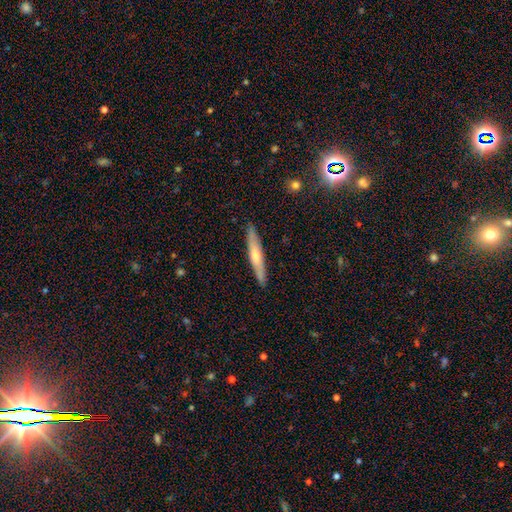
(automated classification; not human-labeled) Q: Smooth or featured?
A: smooth (48%); runner-up: featured or disk (46%)
Q: Merging?
A: none (90%); runner-up: minor disturbance (7%)